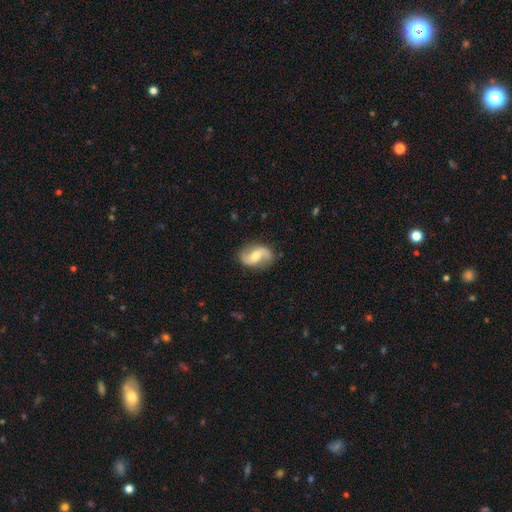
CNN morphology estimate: Smooth or featured?
  - featured or disk: 76% *
  - smooth: 18%
  - star or artifact: 6%
Edge-on disk?
  - no: 97% *
  - yes: 3%
Bar?
  - no: 44% *
  - weak: 38%
  - strong: 18%
Spiral arms?
  - yes: 93% *
  - no: 7%
Spiral winding?
  - loose: 68% *
  - medium: 24%
  - tight: 8%
Spiral arm count?
  - 2: 92% *
  - can't tell: 3%
  - 1: 2%
  - 3: 1%
  - 4: 1%
  - more than 4: 1%
Bulge size?
  - moderate: 59% *
  - small: 34%
  - large: 4%
  - none: 2%
  - dominant: 1%
Merging?
  - none: 82% *
  - minor disturbance: 13%
  - major disturbance: 4%
  - merger: 1%